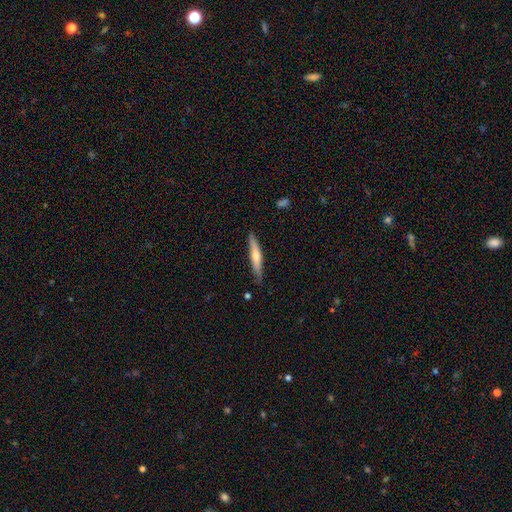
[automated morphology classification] smooth-or-featured: featured or disk: 50% | smooth: 44% | star or artifact: 6%
  merging: none: 86% | minor disturbance: 11% | major disturbance: 2% | merger: 1%